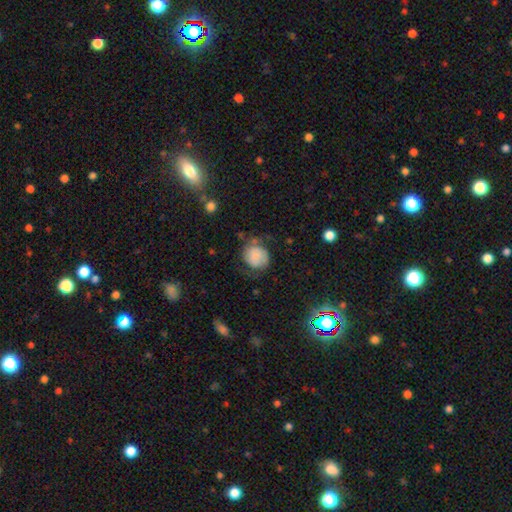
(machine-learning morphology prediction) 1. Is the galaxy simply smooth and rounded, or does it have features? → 63% smooth, 28% featured or disk, 9% star or artifact.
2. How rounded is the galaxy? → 78% round, 21% in between, 1% cigar-shaped.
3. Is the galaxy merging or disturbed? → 52% none, 26% minor disturbance, 18% major disturbance, 3% merger.